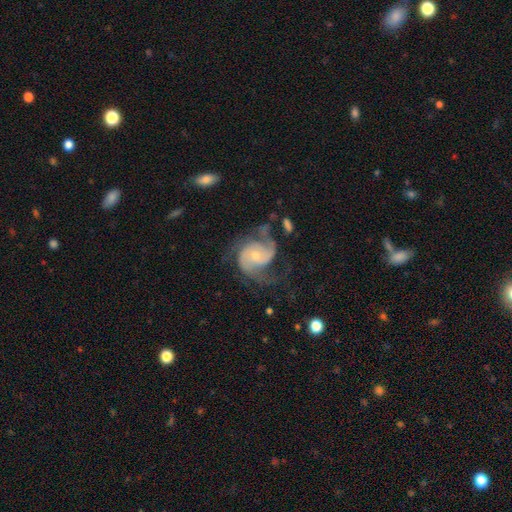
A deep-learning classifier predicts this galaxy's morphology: A featured or disk galaxy (86%) with no bar (63%), 2 (70%) medium (51%) spiral arms (96%) and a small central bulge (61%).

Vote fractions:
- Smooth or featured? featured or disk: 86% / smooth: 8% / star or artifact: 5%
- Edge-on disk? no: 98% / yes: 2%
- Bar? no: 63% / weak: 30% / strong: 7%
- Spiral arms? yes: 96% / no: 4%
- Spiral winding? medium: 51% / loose: 25% / tight: 24%
- Spiral arm count? 2: 70% / 3: 13% / can't tell: 8% / 1: 4% / 4: 3% / more than 4: 2%
- Bulge size? small: 61% / moderate: 33% / none: 2% / large: 2% / dominant: 1%
- Merging? none: 55% / major disturbance: 22% / minor disturbance: 20% / merger: 3%